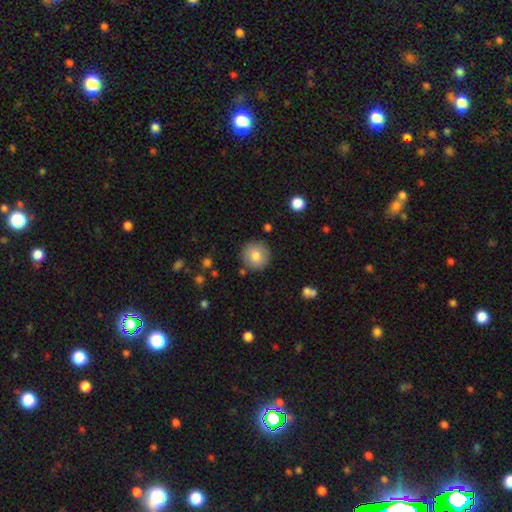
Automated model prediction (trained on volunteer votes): smooth 80%, featured or disk 11%, star or artifact 9%. Down the decision tree: how rounded — round (94%); merging — none (88%).